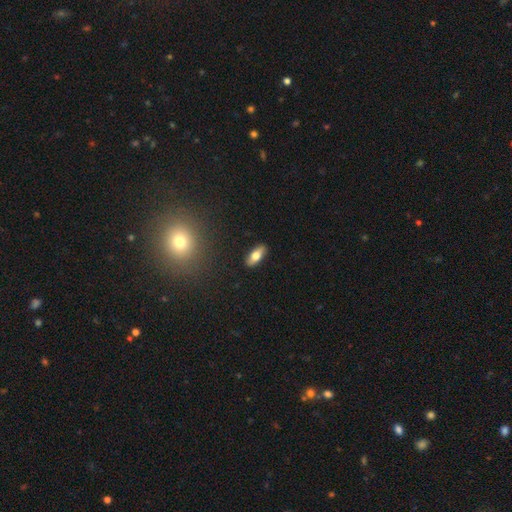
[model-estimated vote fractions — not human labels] smooth_or_featured: smooth (p=0.70) [alt: featured or disk p=0.23]
how_rounded: in between (p=0.77) [alt: cigar-shaped p=0.20]
merging: none (p=0.89) [alt: minor disturbance p=0.08]